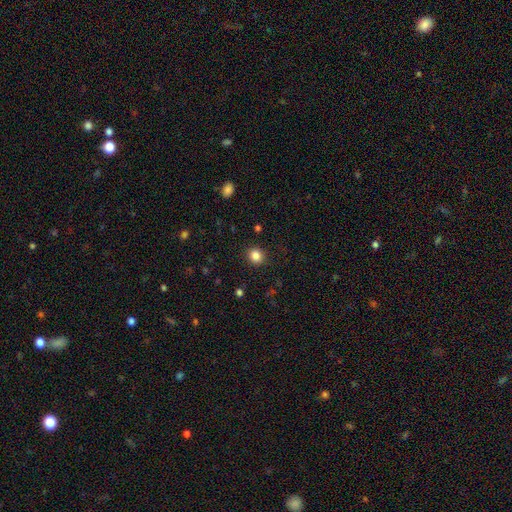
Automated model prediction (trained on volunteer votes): This appears to be a smooth galaxy with no disk features (85%) that is round (83%). Merging: none (90%).